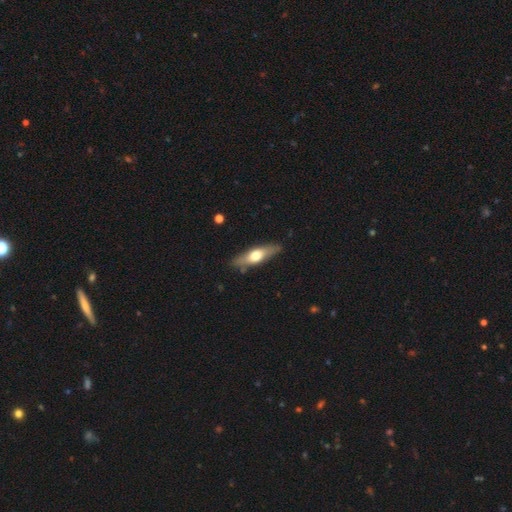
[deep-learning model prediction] The model was most divided on "smooth or featured": smooth: 49%, featured or disk: 46%, star or artifact: 5%. More confident: merging — none (84%).